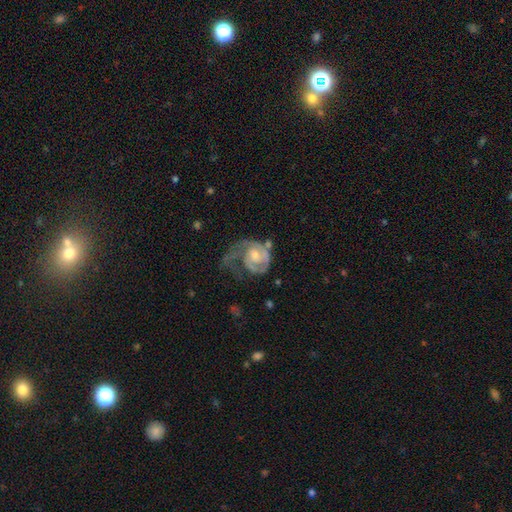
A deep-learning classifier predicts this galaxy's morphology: Smooth or featured? featured or disk (79%)
Edge-on disk? no (98%)
Bar? no (67%)
Spiral arms? yes (90%)
Spiral winding? tight (45%)
Spiral arm count? 2 (39%)
Bulge size? moderate (52%)
Merging? major disturbance (49%)